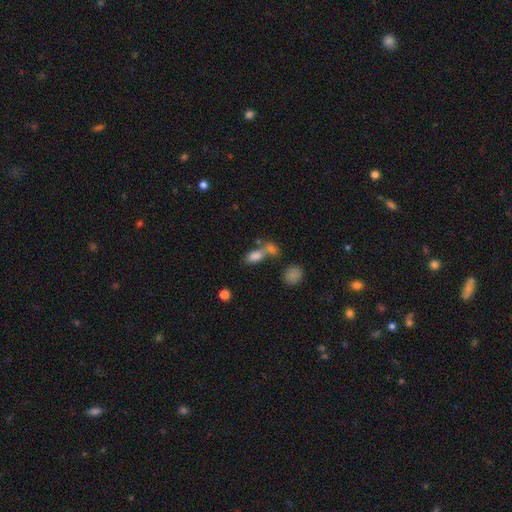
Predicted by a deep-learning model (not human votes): A smooth galaxy with no disk features (79%) that is in between round and cigar-shaped (84%). Merging: merger (50%).